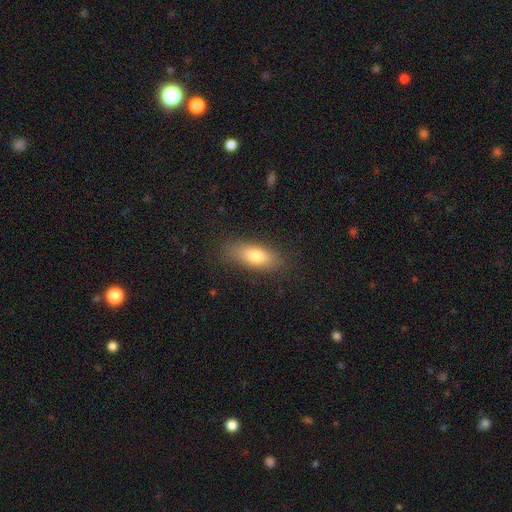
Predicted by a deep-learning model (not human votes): The model was most divided on "how rounded": in between: 72%, cigar-shaped: 24%, round: 4%. More confident: merging — none (82%); smooth or featured — smooth (76%).